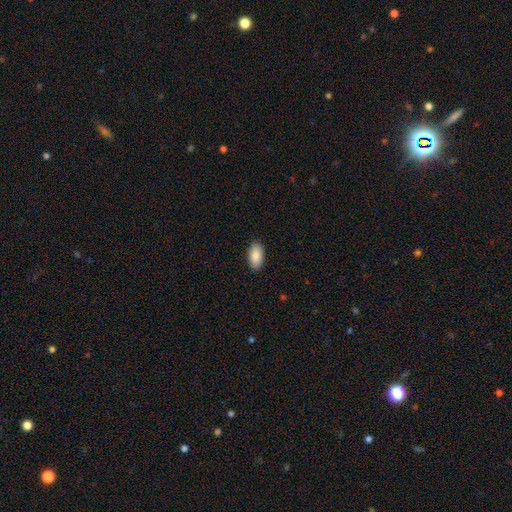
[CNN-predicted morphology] Smooth or featured?
  - smooth: 88% *
  - featured or disk: 6%
  - star or artifact: 6%
How rounded?
  - in between: 95% *
  - round: 3%
  - cigar-shaped: 3%
Merging?
  - none: 89% *
  - minor disturbance: 8%
  - major disturbance: 2%
  - merger: 1%